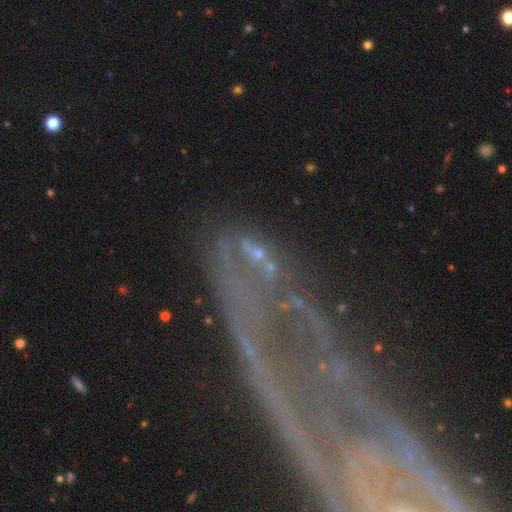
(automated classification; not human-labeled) Smooth or featured? Predicted: featured or disk (p=0.55). Edge-on disk? Predicted: no (p=0.84). Merging? Predicted: none (p=0.46).